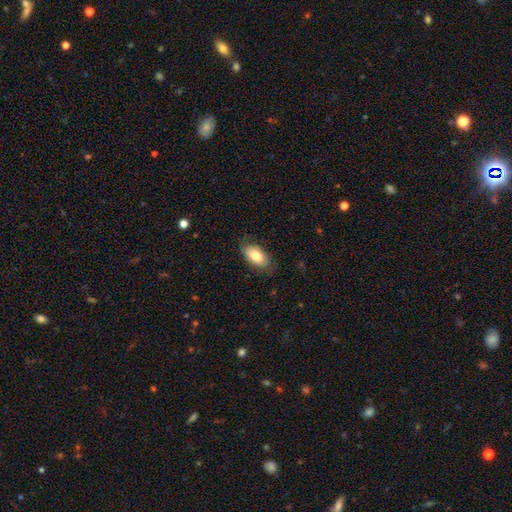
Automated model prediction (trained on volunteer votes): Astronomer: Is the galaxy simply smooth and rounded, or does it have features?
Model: smooth — 81%.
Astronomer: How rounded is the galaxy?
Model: in between — 92%.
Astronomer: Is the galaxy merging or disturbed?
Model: none — 80%.